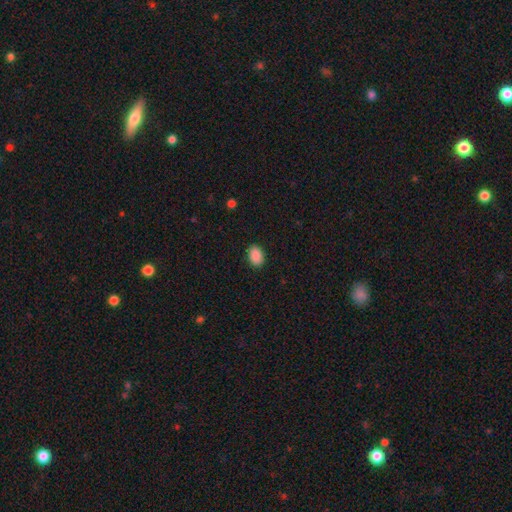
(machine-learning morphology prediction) A smooth galaxy with no disk features (90%) that is in between round and cigar-shaped (84%). Merging: none (89%).